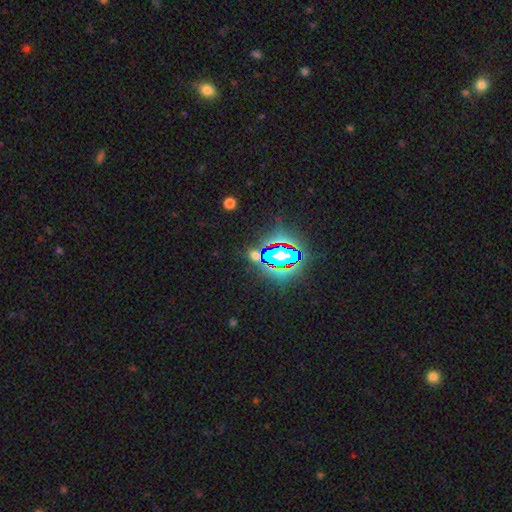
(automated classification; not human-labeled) Smooth or featured?
  - star or artifact: 66% *
  - smooth: 23%
  - featured or disk: 11%